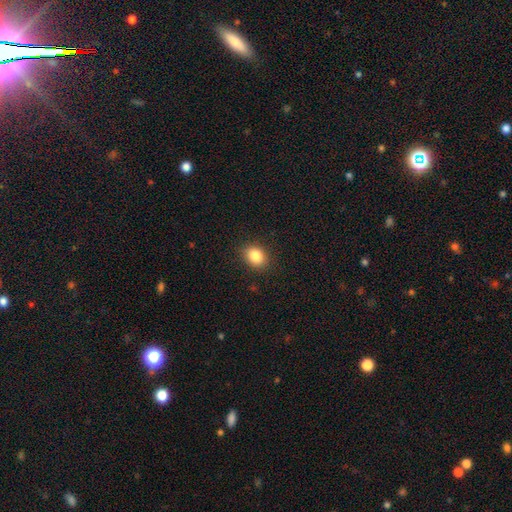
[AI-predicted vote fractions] This appears to be a smooth galaxy with no disk features (85%) that is in between round and cigar-shaped (57%). Merging: none (88%).